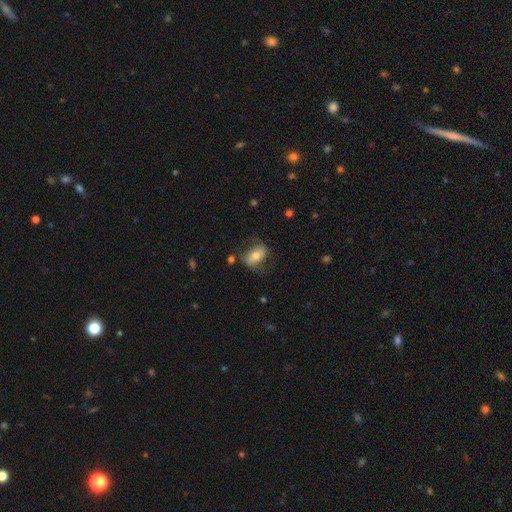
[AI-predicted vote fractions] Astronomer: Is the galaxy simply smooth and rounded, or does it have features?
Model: smooth — 57% (runner-up: featured or disk, 35%).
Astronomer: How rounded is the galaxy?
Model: in between — 86%.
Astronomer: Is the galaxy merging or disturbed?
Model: none — 64%.